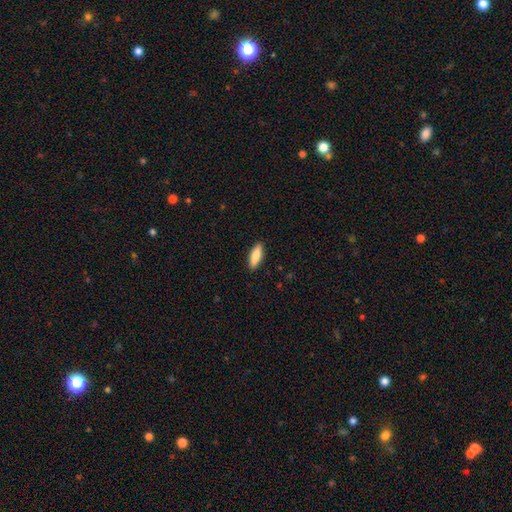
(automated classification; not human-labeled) This is clearly a smooth galaxy (85%). How rounded: possibly in between (57%). Merging: clearly none (90%).